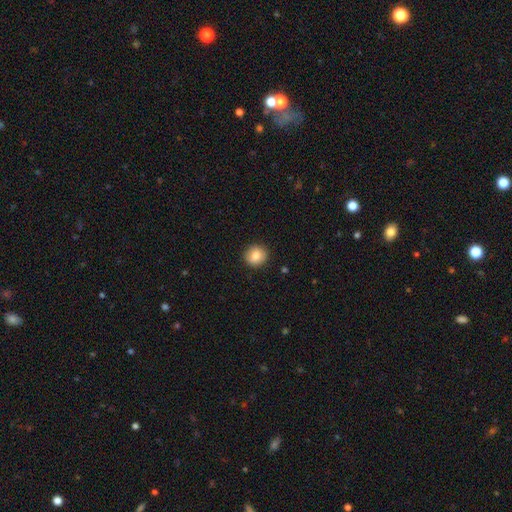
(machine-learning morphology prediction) A smooth galaxy with no disk features (84%) that is round (85%). Merging: none (90%).